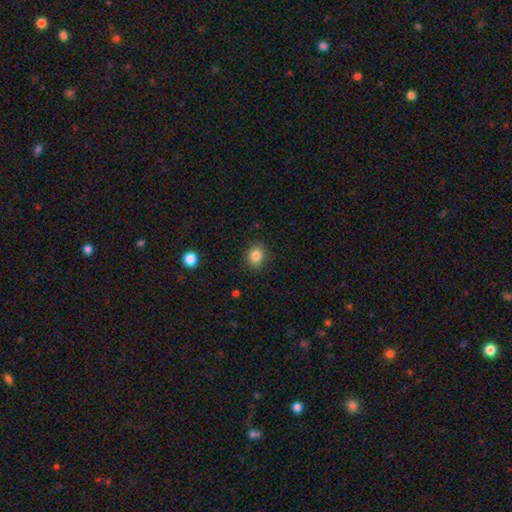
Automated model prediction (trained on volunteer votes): The model was most divided on "how rounded": round: 59%, in between: 40%, cigar-shaped: 1%. More confident: merging — none (86%); smooth or featured — smooth (85%).